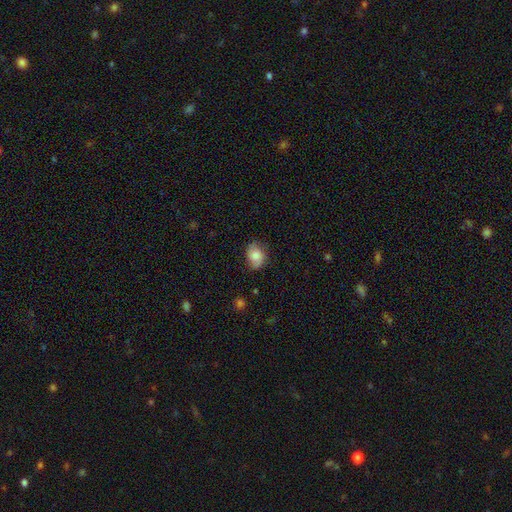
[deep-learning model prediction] Smooth or featured?
  - smooth: 67% *
  - featured or disk: 24%
  - star or artifact: 9%
How rounded?
  - in between: 66% *
  - round: 33%
  - cigar-shaped: 1%
Merging?
  - none: 71% *
  - minor disturbance: 22%
  - major disturbance: 5%
  - merger: 1%